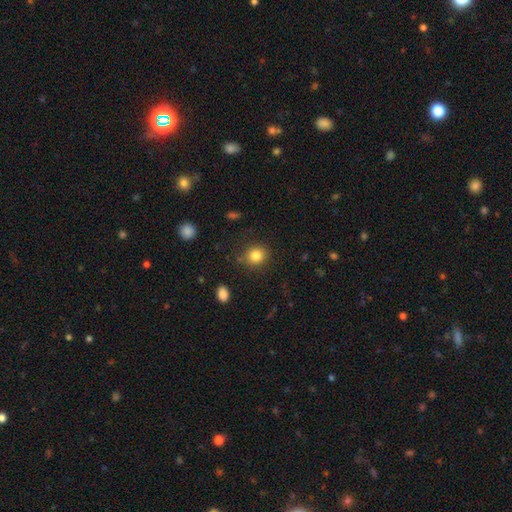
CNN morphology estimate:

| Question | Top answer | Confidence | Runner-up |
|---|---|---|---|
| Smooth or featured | smooth | 83% | star or artifact (11%) |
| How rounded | round | 83% | in between (16%) |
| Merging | none | 85% | minor disturbance (10%) |